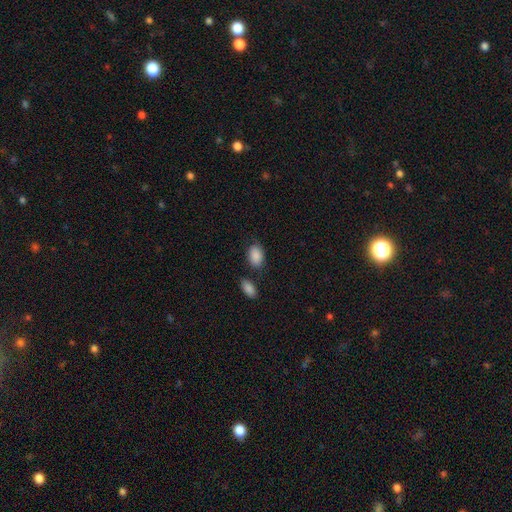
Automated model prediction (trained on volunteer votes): A smooth galaxy with no disk features (89%) that is in between round and cigar-shaped (88%).

Vote fractions:
- Smooth or featured? smooth: 89% / star or artifact: 7% / featured or disk: 4%
- How rounded? in between: 88% / round: 11% / cigar-shaped: 1%
- Merging? none: 73% / minor disturbance: 15% / merger: 8% / major disturbance: 4%